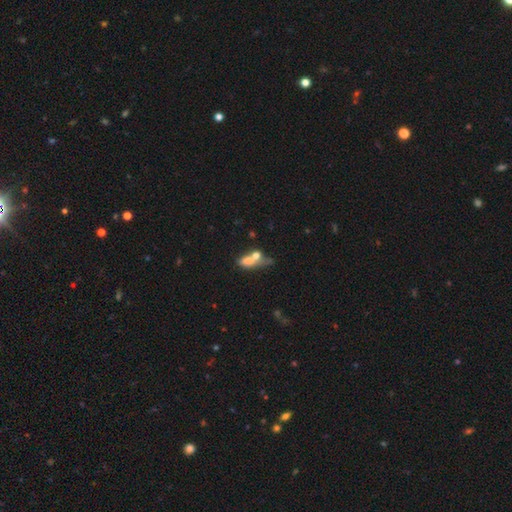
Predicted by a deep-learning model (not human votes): smooth_or_featured: smooth (p=0.62) [alt: featured or disk p=0.27]
how_rounded: in between (p=0.64) [alt: cigar-shaped p=0.18]
merging: merger (p=0.54) [alt: none p=0.21]